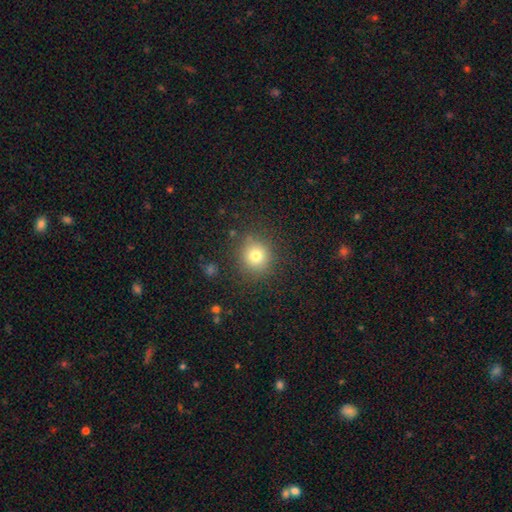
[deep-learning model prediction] smooth 76%, star or artifact 14%, featured or disk 9%. Down the decision tree: how rounded — round (90%); merging — none (85%).